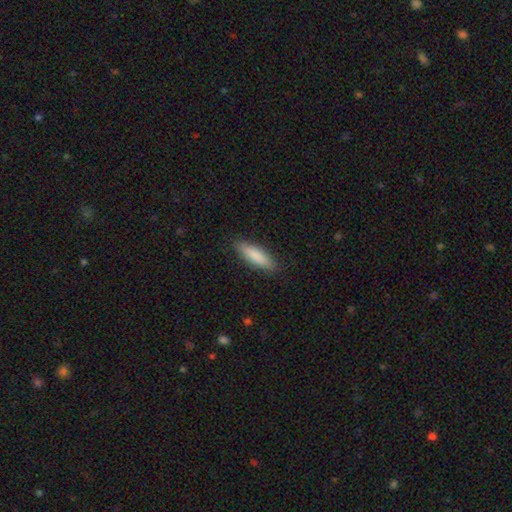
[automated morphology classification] A smooth galaxy with no disk features (85%) that is cigar-shaped (65%).

Vote fractions:
- Smooth or featured? smooth: 85% / featured or disk: 10% / star or artifact: 5%
- How rounded? cigar-shaped: 65% / in between: 34% / round: 2%
- Merging? none: 88% / minor disturbance: 9% / major disturbance: 2% / merger: 1%